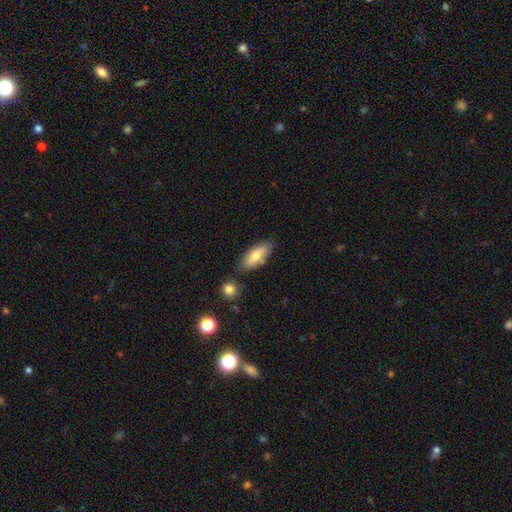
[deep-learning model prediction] A smooth galaxy with no disk features (73%) that is in between round and cigar-shaped (76%). Merging: none (74%).